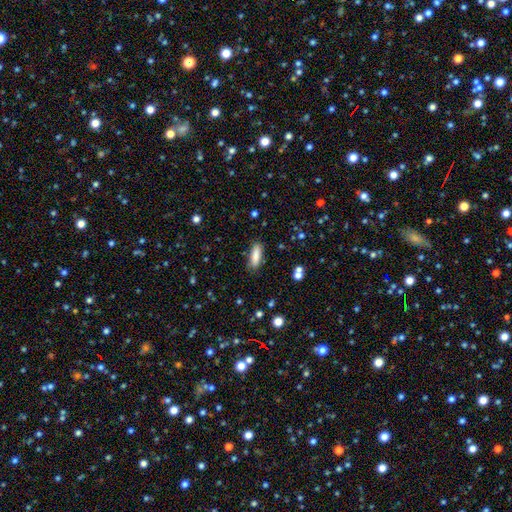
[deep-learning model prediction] Morphology: type=smooth (86%); roundness=in between (60%); merging=none (84%).